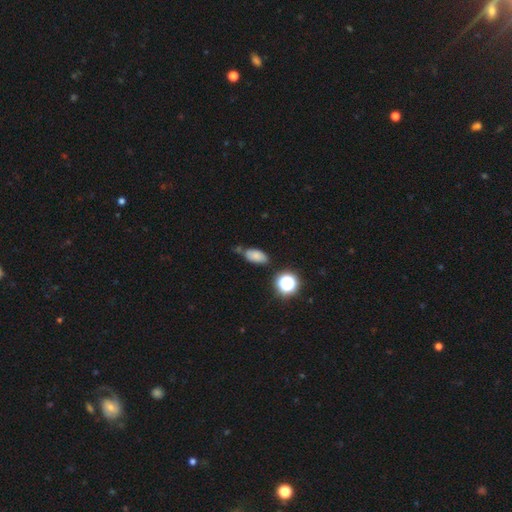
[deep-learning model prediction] Smooth or featured?
  - smooth: 77% *
  - star or artifact: 15%
  - featured or disk: 9%
How rounded?
  - in between: 87% *
  - round: 8%
  - cigar-shaped: 5%
Merging?
  - none: 62% *
  - minor disturbance: 21%
  - merger: 11%
  - major disturbance: 5%